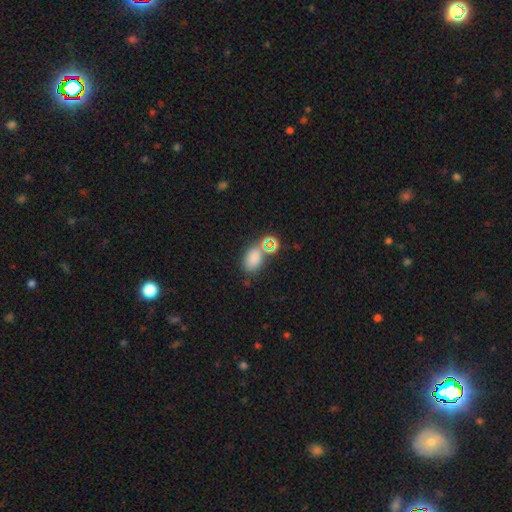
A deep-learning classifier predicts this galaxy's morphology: This is likely a smooth galaxy (75%). How rounded: clearly in between (82%). Merging: possibly none (60%).